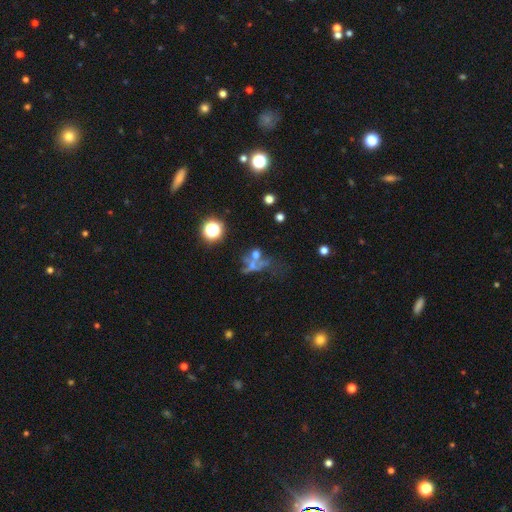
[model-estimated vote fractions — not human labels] Smooth or featured: smooth — 37% (featured or disk — 34%)
Merging: merger — 37% (none — 28%)